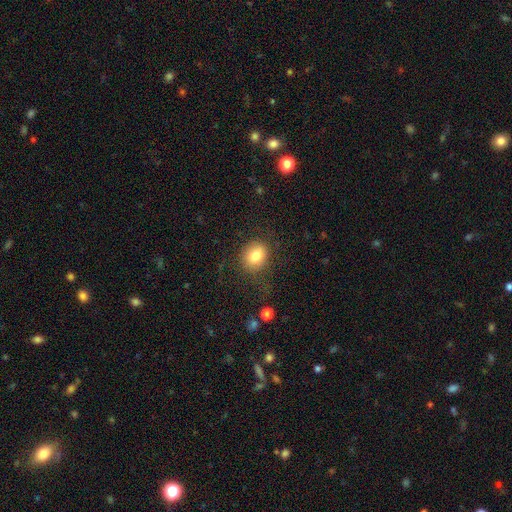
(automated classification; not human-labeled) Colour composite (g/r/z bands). It shows a smooth galaxy with no disk features (80%) that is round (62%). Merging: none (77%).